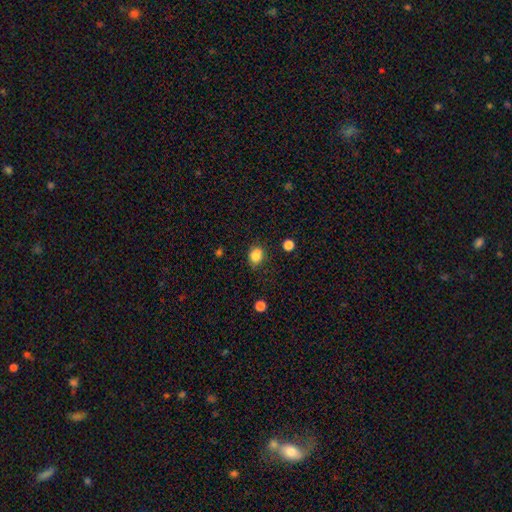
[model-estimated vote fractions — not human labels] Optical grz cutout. It shows a smooth galaxy with no disk features (84%) that is round (57%). Merging: none (76%).